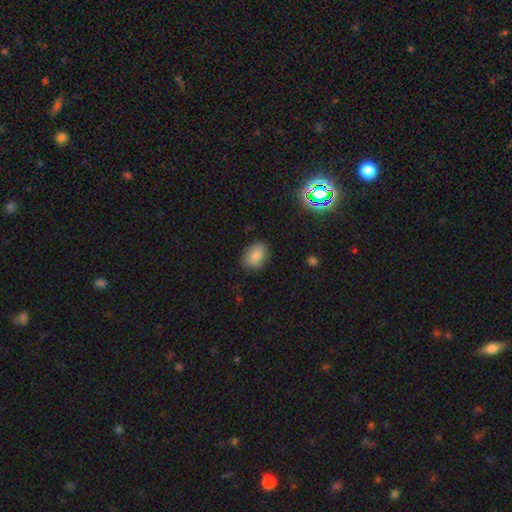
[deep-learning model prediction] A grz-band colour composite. It shows a smooth galaxy with no disk features (82%) that is in between round and cigar-shaped (69%). Merging: none (82%).